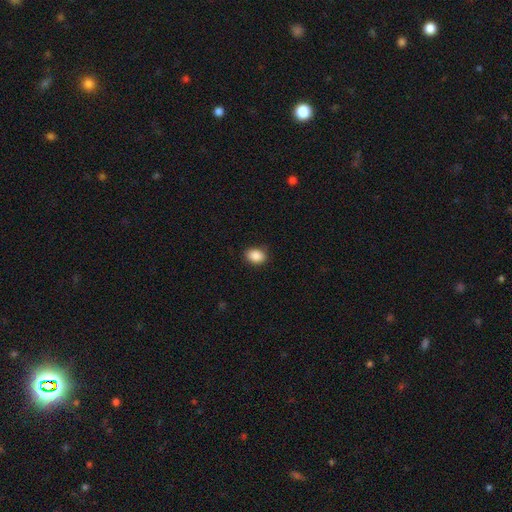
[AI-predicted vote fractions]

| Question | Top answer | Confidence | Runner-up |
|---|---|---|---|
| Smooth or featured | smooth | 89% | star or artifact (8%) |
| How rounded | in between | 72% | round (27%) |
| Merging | none | 86% | minor disturbance (10%) |